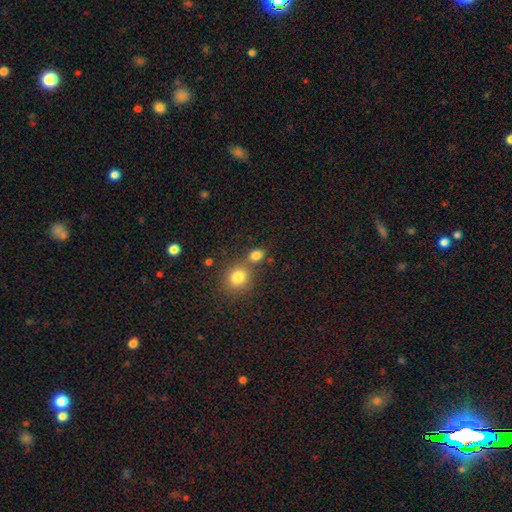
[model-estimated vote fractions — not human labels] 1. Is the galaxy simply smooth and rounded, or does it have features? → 80% smooth, 13% star or artifact, 7% featured or disk.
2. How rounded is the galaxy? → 57% round, 41% in between, 2% cigar-shaped.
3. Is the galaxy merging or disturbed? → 57% none, 30% merger, 9% minor disturbance, 4% major disturbance.